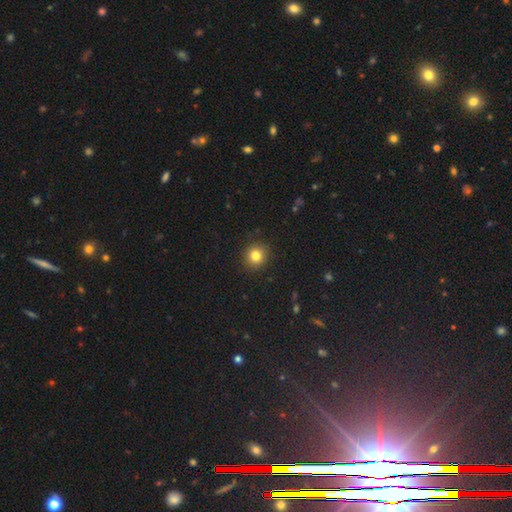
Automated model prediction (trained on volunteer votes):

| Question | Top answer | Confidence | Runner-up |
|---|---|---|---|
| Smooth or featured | smooth | 82% | star or artifact (11%) |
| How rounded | round | 89% | in between (10%) |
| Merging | none | 90% | minor disturbance (6%) |